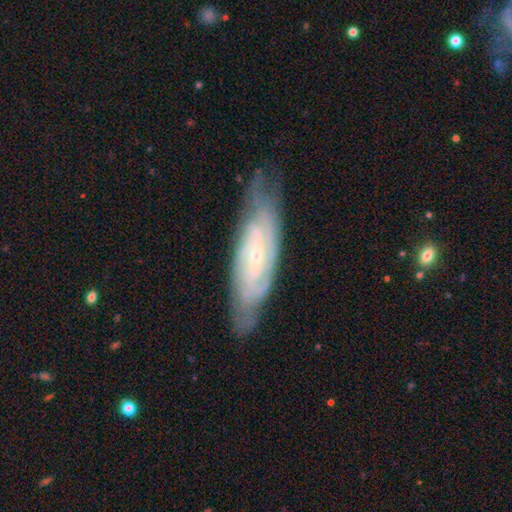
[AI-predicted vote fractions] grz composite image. It shows a featured or disk galaxy (84%) with no bar (52%), tight (66%) spiral arms (95%) and a small central bulge (80%). Merging: none (73%).